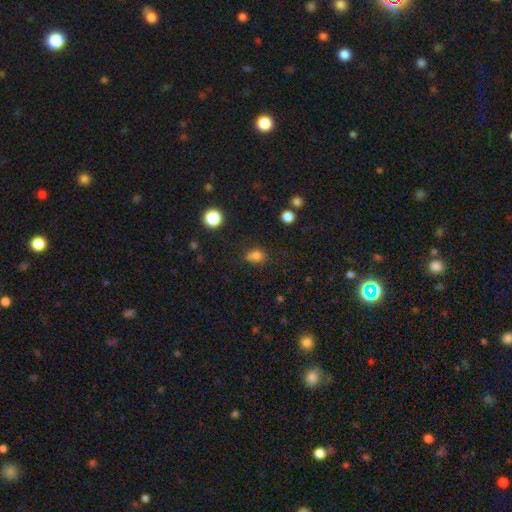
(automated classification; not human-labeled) This appears to be a smooth galaxy with no disk features (77%) that is in between round and cigar-shaped (52%). Merging: none (62%).